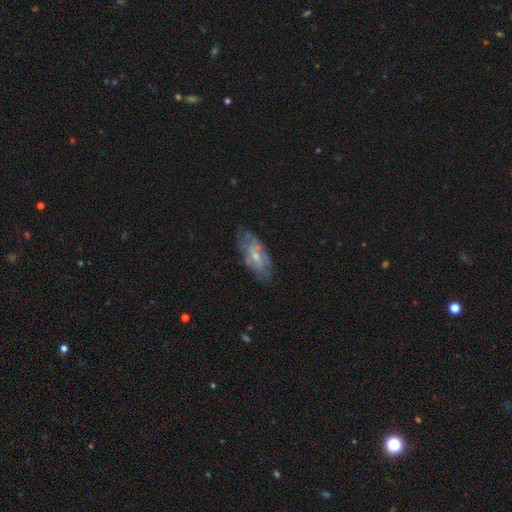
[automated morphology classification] This is possibly a featured or disk galaxy (57%). It is clearly not viewed edge-on (87%). Merging: likely none (63%).